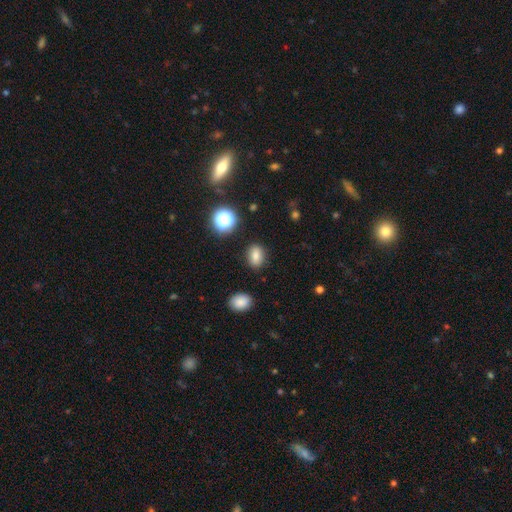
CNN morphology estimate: Smooth or featured?
  - smooth: 81% *
  - star or artifact: 13%
  - featured or disk: 6%
How rounded?
  - in between: 72% *
  - round: 27%
  - cigar-shaped: 2%
Merging?
  - none: 86% *
  - minor disturbance: 9%
  - major disturbance: 3%
  - merger: 2%